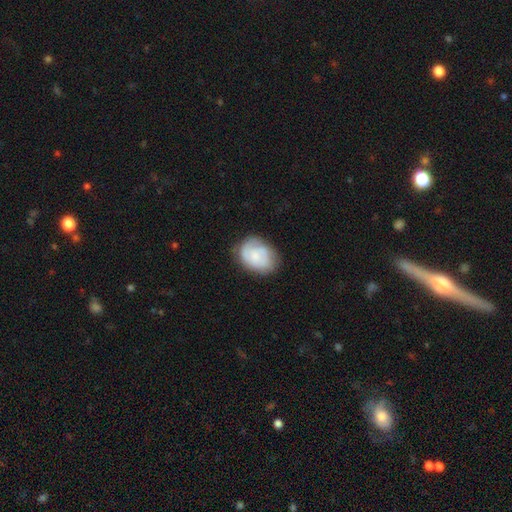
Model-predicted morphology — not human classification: smooth-or-featured: smooth: 53% | featured or disk: 40% | star or artifact: 7%
  how-rounded: in between: 62% | round: 37% | cigar-shaped: 1%
  merging: none: 61% | minor disturbance: 26% | major disturbance: 10% | merger: 2%